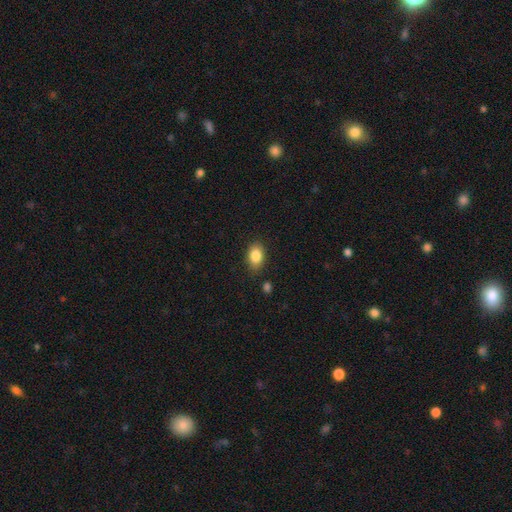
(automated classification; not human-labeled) This appears to be a smooth galaxy with no disk features (86%) that is in between round and cigar-shaped (82%). Merging: none (82%).